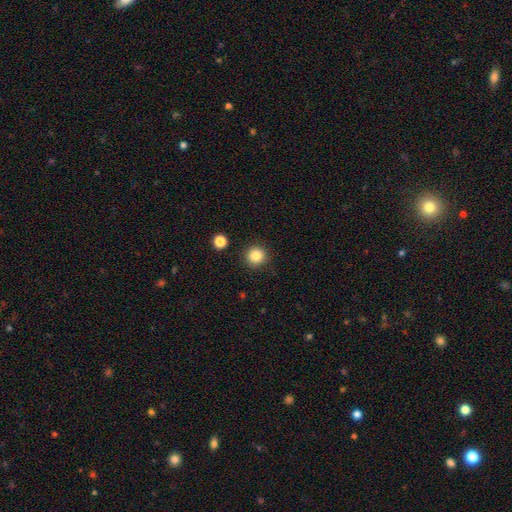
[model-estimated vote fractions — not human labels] A smooth galaxy with no disk features (85%) that is round (94%).

Vote fractions:
- Smooth or featured? smooth: 85% / star or artifact: 11% / featured or disk: 4%
- How rounded? round: 94% / in between: 5% / cigar-shaped: 1%
- Merging? none: 90% / minor disturbance: 6% / major disturbance: 2% / merger: 2%